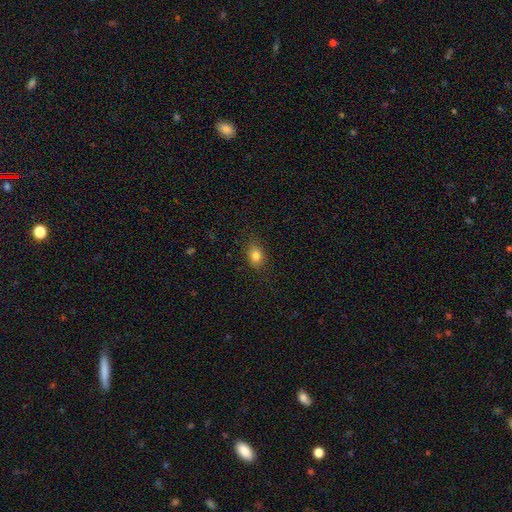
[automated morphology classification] smooth 82%, star or artifact 11%, featured or disk 7%. Down the decision tree: how rounded — in between (66%); merging — none (84%).